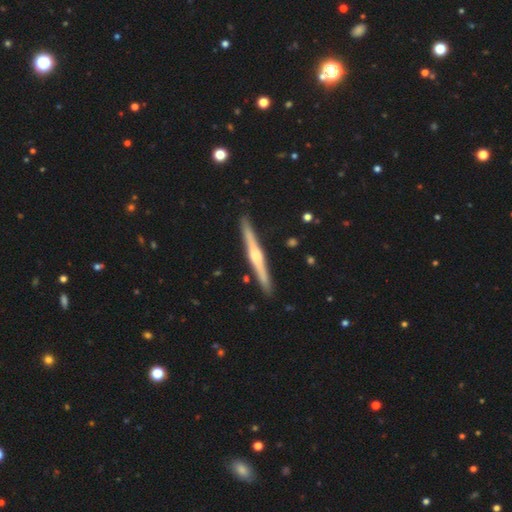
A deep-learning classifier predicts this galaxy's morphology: Smooth or featured: featured or disk — 74% (smooth — 21%)
Edge-on disk: yes — 98% (no — 2%)
Edge-on bulge: rounded — 71% (boxy — 14%)
Merging: none — 91% (minor disturbance — 7%)